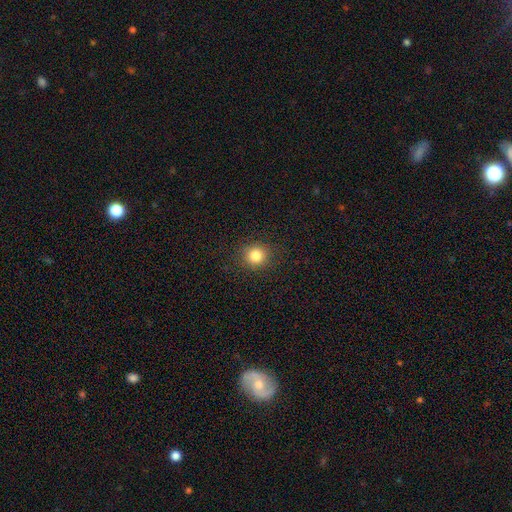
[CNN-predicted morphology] A smooth galaxy with no disk features (83%) that is round (90%). Merging: none (90%).